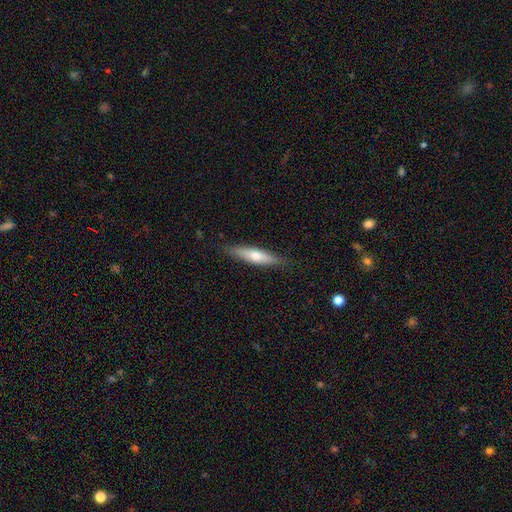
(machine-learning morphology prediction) A smooth galaxy with no disk features (60%) that is cigar-shaped (76%). Merging: none (86%).